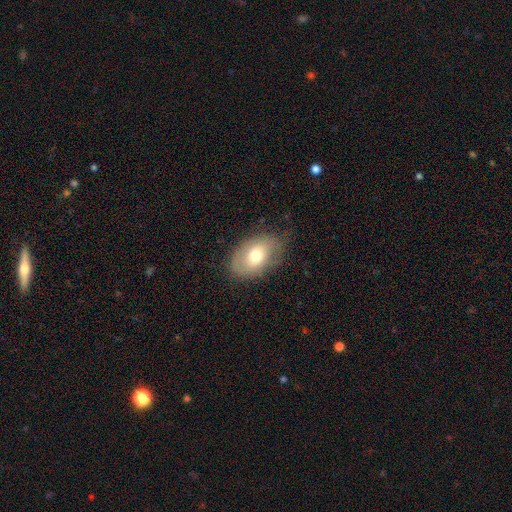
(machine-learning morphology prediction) type=smooth (60%); roundness=in between (86%); merging=none (71%).